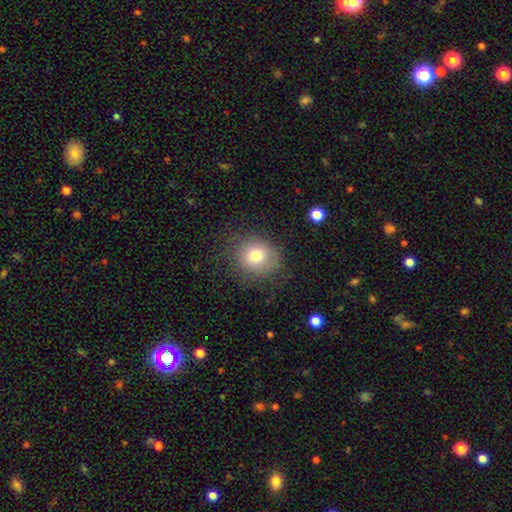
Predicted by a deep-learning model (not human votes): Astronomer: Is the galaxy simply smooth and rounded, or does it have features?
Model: smooth — 75%.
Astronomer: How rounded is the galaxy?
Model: round — 81%.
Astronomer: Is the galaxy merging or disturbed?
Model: none — 79%.